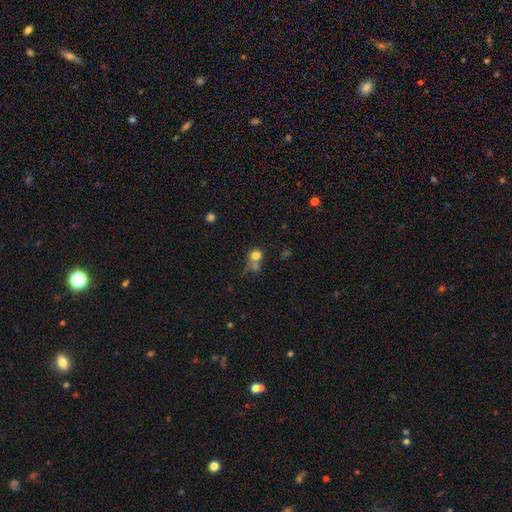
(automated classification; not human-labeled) Q: Smooth or featured?
A: smooth (77%); runner-up: star or artifact (13%)
Q: How rounded?
A: round (81%); runner-up: in between (18%)
Q: Merging?
A: none (44%); runner-up: merger (34%)